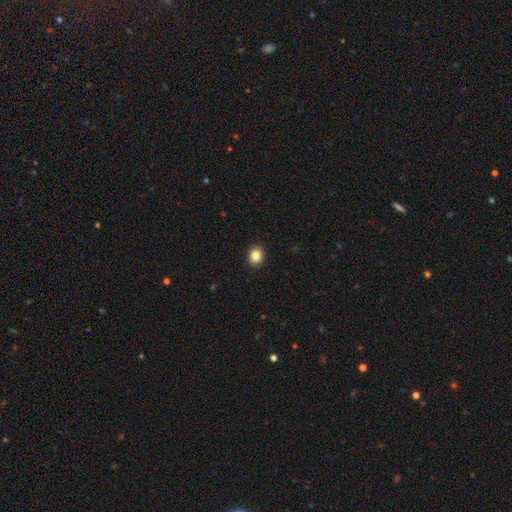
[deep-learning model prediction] Q: Smooth or featured?
A: smooth (86%); runner-up: star or artifact (10%)
Q: How rounded?
A: round (58%); runner-up: in between (42%)
Q: Merging?
A: none (92%); runner-up: minor disturbance (6%)